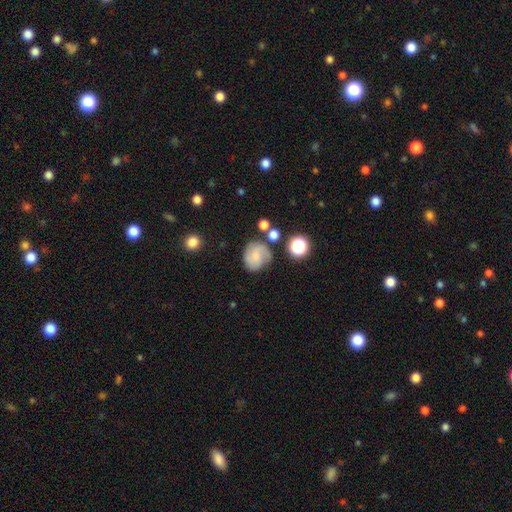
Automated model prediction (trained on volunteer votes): This is marginally a smooth galaxy (45%, tied with featured or disk). Merging: likely none (63%).